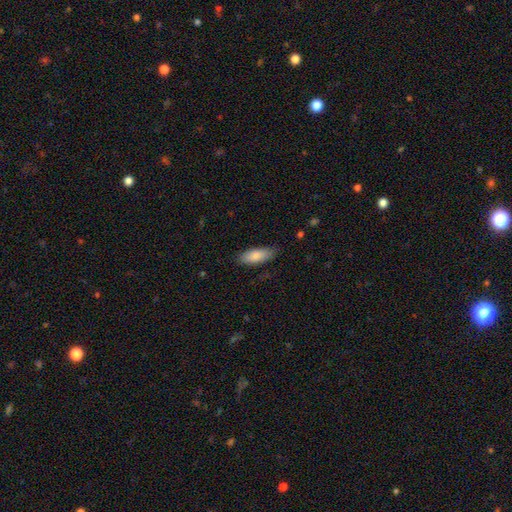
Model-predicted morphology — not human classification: smooth 84%, featured or disk 10%, star or artifact 6%. Down the decision tree: how rounded — in between (76%); merging — none (80%).